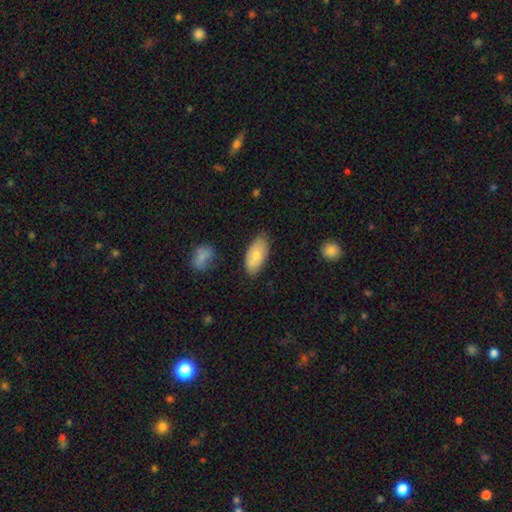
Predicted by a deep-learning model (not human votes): The model was most divided on "smooth or featured": smooth: 75%, featured or disk: 19%, star or artifact: 6%. More confident: how rounded — in between (93%); merging — none (77%).